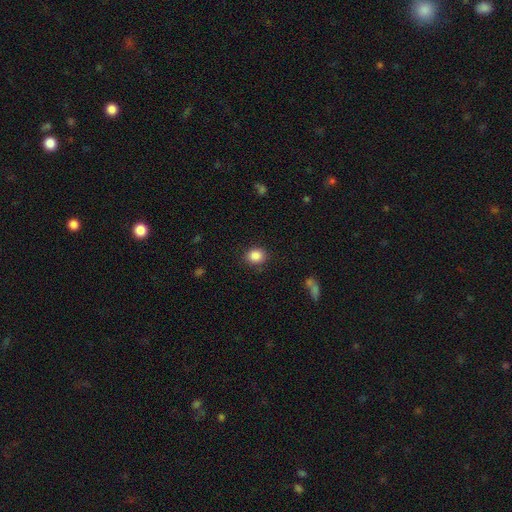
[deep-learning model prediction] smooth-or-featured: smooth: 87% | star or artifact: 9% | featured or disk: 4%
  how-rounded: round: 71% | in between: 28% | cigar-shaped: 1%
  merging: none: 86% | minor disturbance: 9% | major disturbance: 3% | merger: 2%